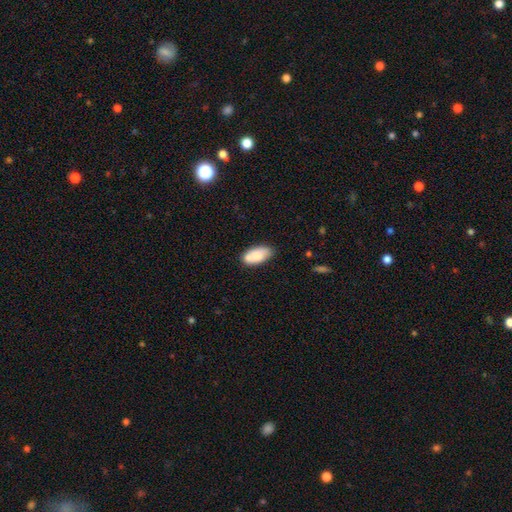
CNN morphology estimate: Smooth or featured? smooth (83%)
How rounded? in between (92%)
Merging? none (71%)